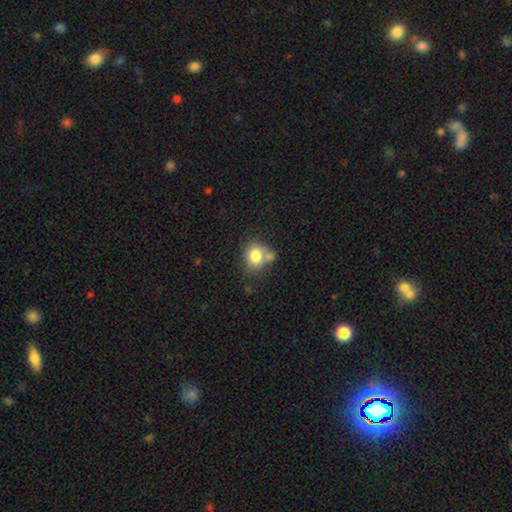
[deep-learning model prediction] A smooth galaxy with no disk features (80%) that is round (61%).

Vote fractions:
- Smooth or featured? smooth: 80% / featured or disk: 10% / star or artifact: 9%
- How rounded? round: 61% / in between: 38% / cigar-shaped: 1%
- Merging? none: 47% / merger: 29% / minor disturbance: 17% / major disturbance: 6%